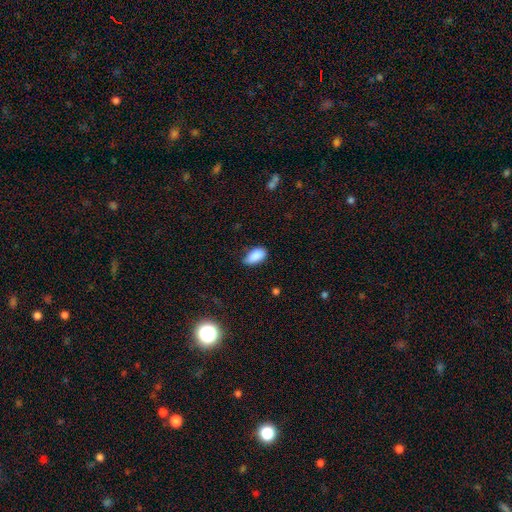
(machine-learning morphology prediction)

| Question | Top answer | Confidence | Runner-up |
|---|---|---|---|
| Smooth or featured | smooth | 88% | star or artifact (7%) |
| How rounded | in between | 93% | round (4%) |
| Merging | none | 66% | minor disturbance (28%) |